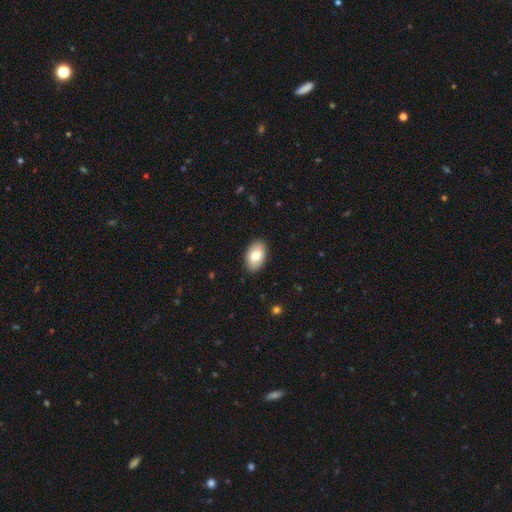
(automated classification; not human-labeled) A smooth galaxy with no disk features (75%) that is in between round and cigar-shaped (92%). Merging: none (89%).